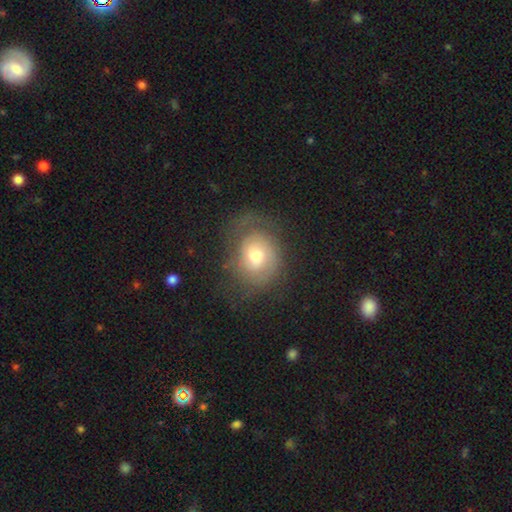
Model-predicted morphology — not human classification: Q: Smooth or featured?
A: featured or disk (55%); runner-up: smooth (36%)
Q: Edge-on disk?
A: no (97%); runner-up: yes (3%)
Q: Bar?
A: no (72%); runner-up: weak (24%)
Q: Spiral arms?
A: yes (79%); runner-up: no (21%)
Q: Bulge size?
A: moderate (65%); runner-up: small (21%)
Q: Merging?
A: none (63%); runner-up: minor disturbance (21%)